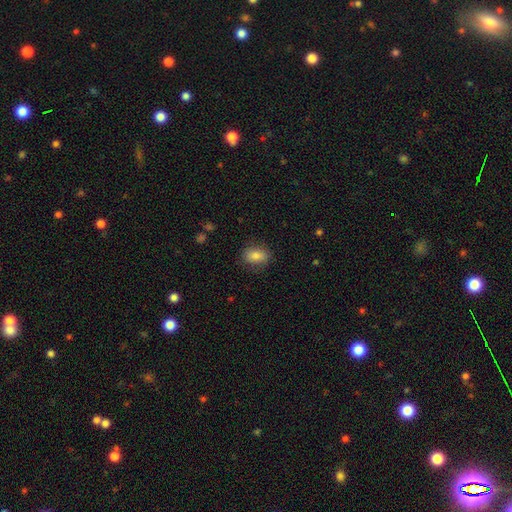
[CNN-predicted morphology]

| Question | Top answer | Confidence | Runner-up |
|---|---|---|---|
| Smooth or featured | smooth | 81% | featured or disk (11%) |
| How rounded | in between | 78% | round (20%) |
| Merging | none | 81% | minor disturbance (14%) |